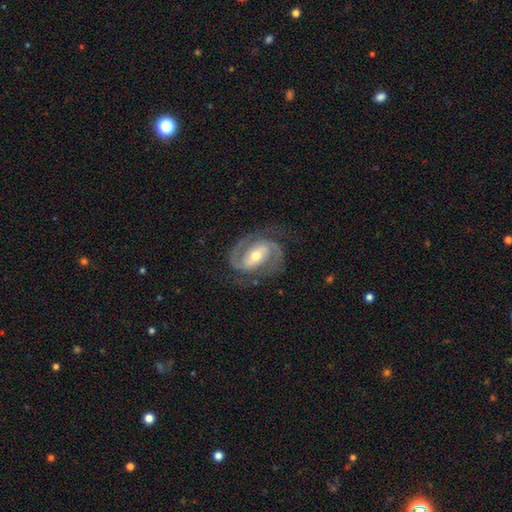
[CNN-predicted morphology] This appears to be a featured or disk galaxy (92%) with a weak bar (38%, tied with strong), 2 (93%) medium (56%) spiral arms (98%) and a moderate central bulge (60%). Merging: none (79%).